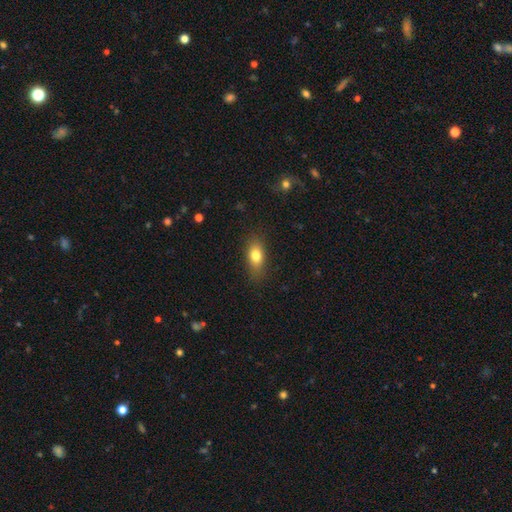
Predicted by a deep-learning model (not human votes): A smooth galaxy with no disk features (78%) that is in between round and cigar-shaped (78%).

Vote fractions:
- Smooth or featured? smooth: 78% / featured or disk: 13% / star or artifact: 9%
- How rounded? in between: 78% / round: 12% / cigar-shaped: 10%
- Merging? none: 82% / minor disturbance: 13% / major disturbance: 4% / merger: 1%